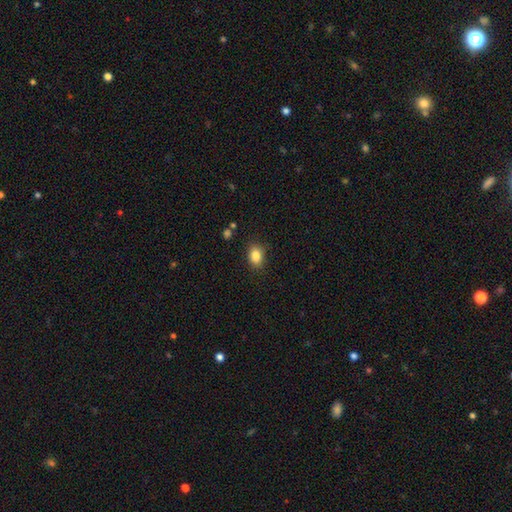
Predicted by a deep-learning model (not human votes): The model was most divided on "how rounded": in between: 76%, round: 23%, cigar-shaped: 1%. More confident: smooth or featured — smooth (85%); merging — none (85%).